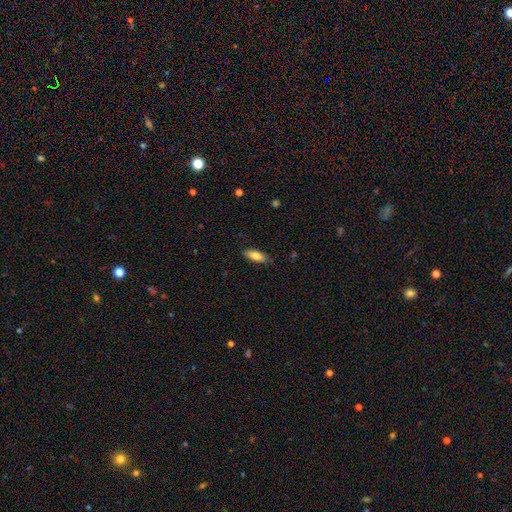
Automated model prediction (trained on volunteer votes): Overall: smooth (79%). How rounded: in between (74%). Merging: none (84%).